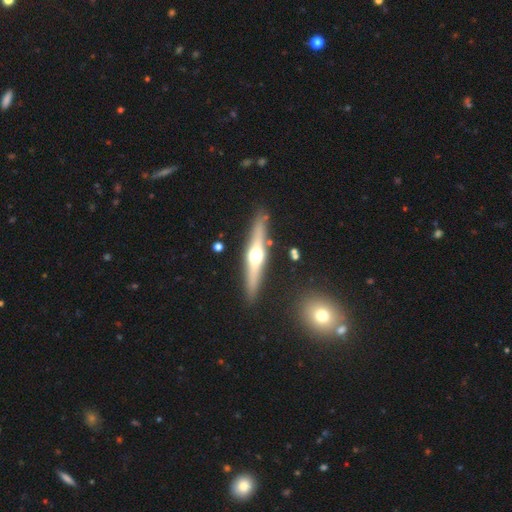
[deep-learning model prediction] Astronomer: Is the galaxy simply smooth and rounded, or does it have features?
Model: featured or disk — 68%.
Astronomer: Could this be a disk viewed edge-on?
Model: yes — 96%.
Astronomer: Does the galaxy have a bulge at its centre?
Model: rounded — 94%.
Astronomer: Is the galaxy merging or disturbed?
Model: none — 88%.